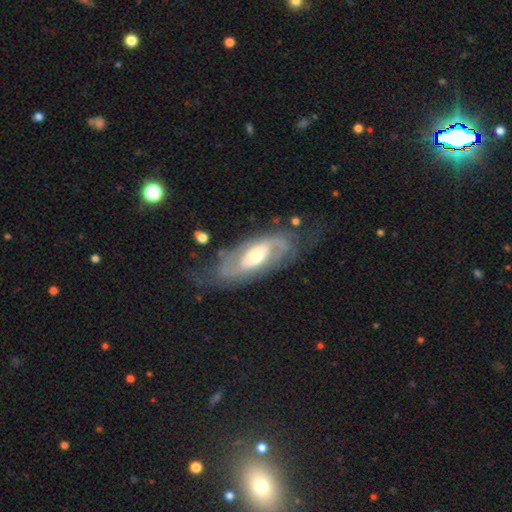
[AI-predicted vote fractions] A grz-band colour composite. It shows a featured or disk galaxy (84%) with no bar (45%), 2 (74%) medium (42%) spiral arms (91%) and a moderate central bulge (66%). Merging: none (65%).